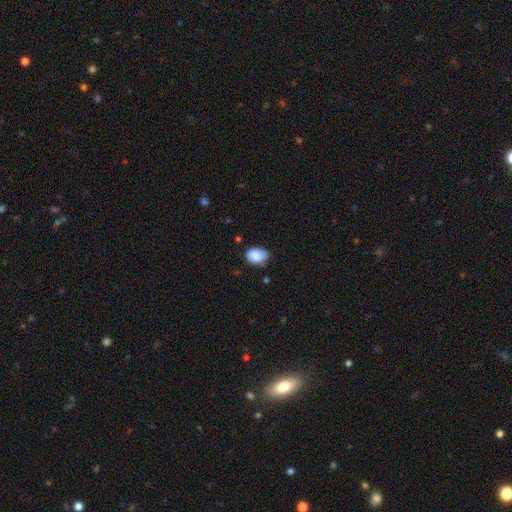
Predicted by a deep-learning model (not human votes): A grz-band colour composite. It shows a smooth galaxy with no disk features (84%) that is in between round and cigar-shaped (76%). Merging: none (61%).